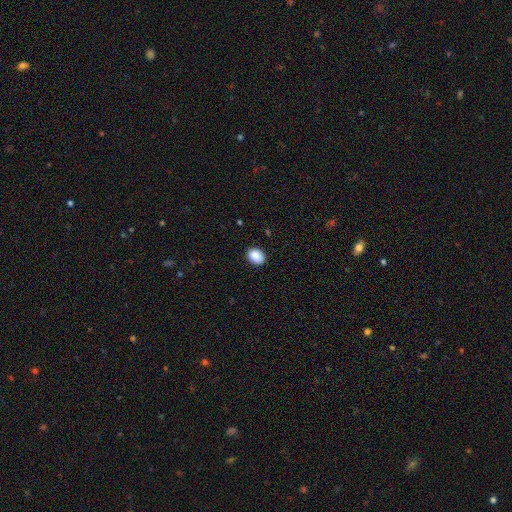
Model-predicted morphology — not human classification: A smooth galaxy with no disk features (90%) that is in between round and cigar-shaped (70%). Merging: none (89%).